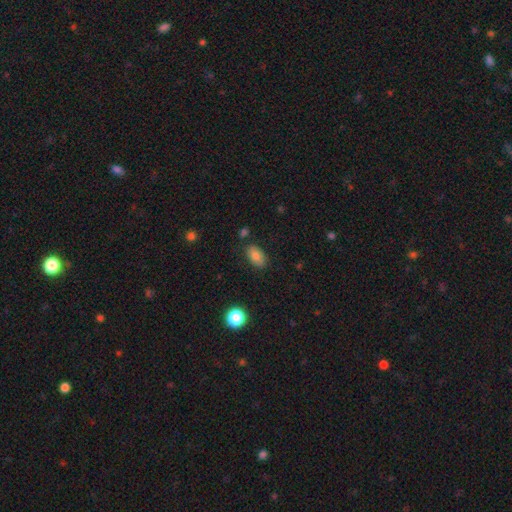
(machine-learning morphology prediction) A smooth galaxy with no disk features (80%) that is in between round and cigar-shaped (91%).

Vote fractions:
- Smooth or featured? smooth: 80% / featured or disk: 11% / star or artifact: 9%
- How rounded? in between: 91% / round: 7% / cigar-shaped: 2%
- Merging? none: 83% / minor disturbance: 12% / major disturbance: 3% / merger: 3%